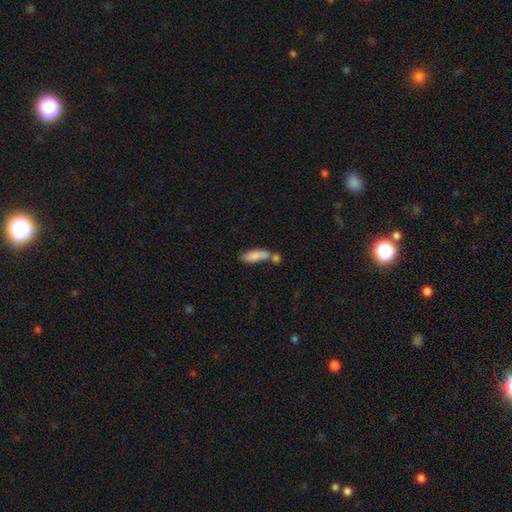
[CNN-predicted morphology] The model was most divided on "merging": none: 41%, merger: 38%, minor disturbance: 15%, major disturbance: 5%. More confident: smooth or featured — smooth (81%); how rounded — in between (60%).